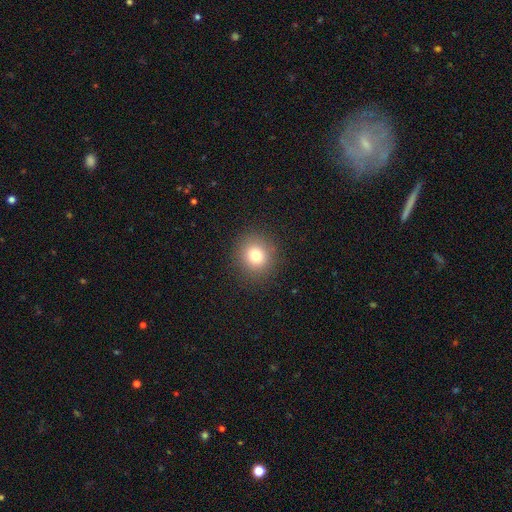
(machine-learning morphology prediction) Smooth or featured: smooth — 78% (star or artifact — 13%)
How rounded: round — 88% (in between — 12%)
Merging: none — 90% (minor disturbance — 6%)